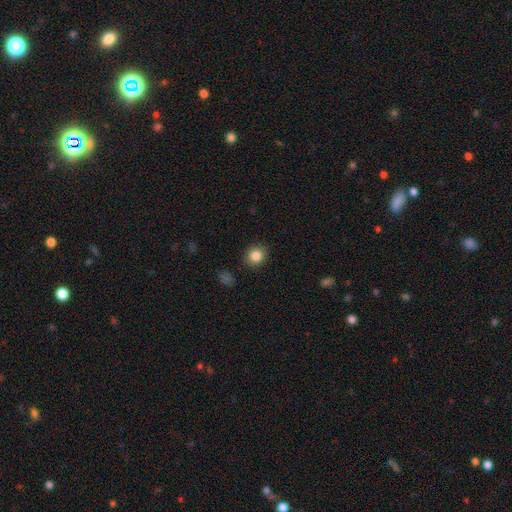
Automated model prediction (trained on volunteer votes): This appears to be a smooth galaxy with no disk features (85%) that is round (71%). Merging: none (88%).